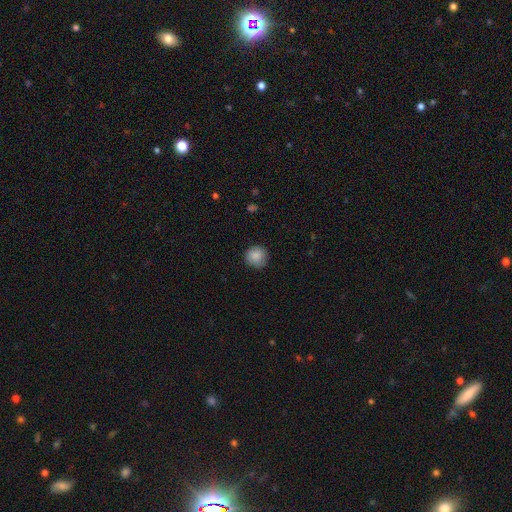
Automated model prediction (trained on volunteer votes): This appears to be a smooth galaxy with no disk features (86%) that is round (92%). Merging: none (84%).